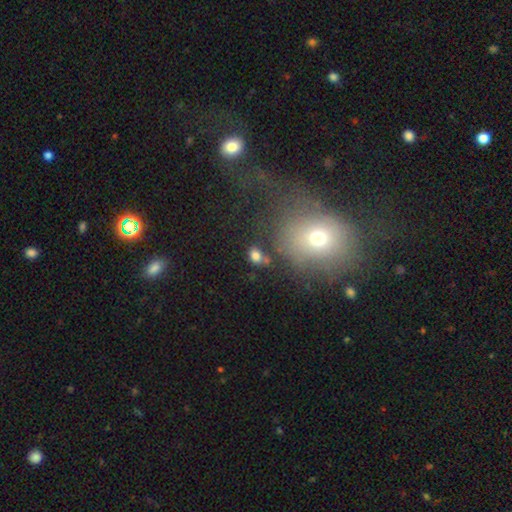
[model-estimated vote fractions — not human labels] smooth 75%, star or artifact 16%, featured or disk 9%. Down the decision tree: how rounded — in between (67%); merging — none (62%).